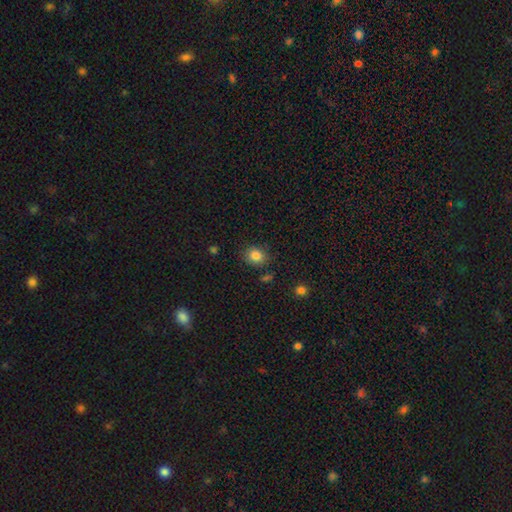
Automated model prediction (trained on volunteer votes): Smooth or featured?
  - smooth: 84% *
  - star or artifact: 11%
  - featured or disk: 6%
How rounded?
  - round: 67% *
  - in between: 32%
  - cigar-shaped: 1%
Merging?
  - none: 83% *
  - minor disturbance: 11%
  - merger: 3%
  - major disturbance: 3%